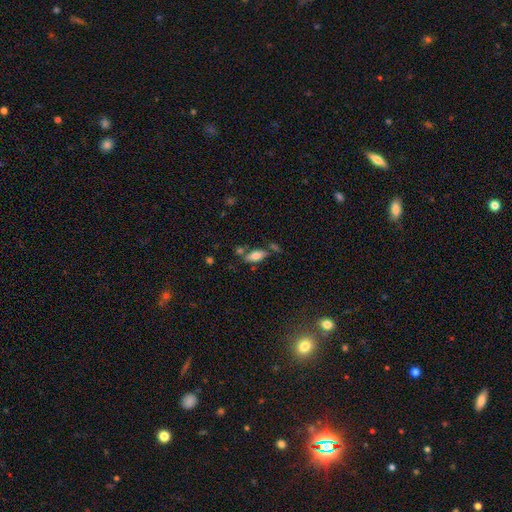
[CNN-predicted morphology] The model was most divided on "merging": none: 60%, minor disturbance: 17%, merger: 16%, major disturbance: 7%. More confident: how rounded — in between (82%); smooth or featured — smooth (75%).